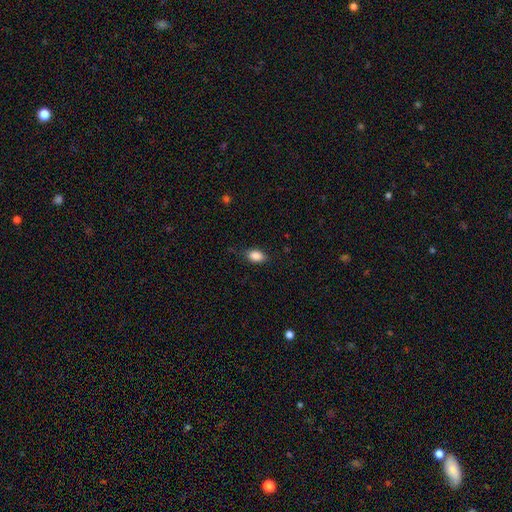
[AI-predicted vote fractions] This appears to be a smooth galaxy with no disk features (88%) that is in between round and cigar-shaped (86%). Merging: none (80%).